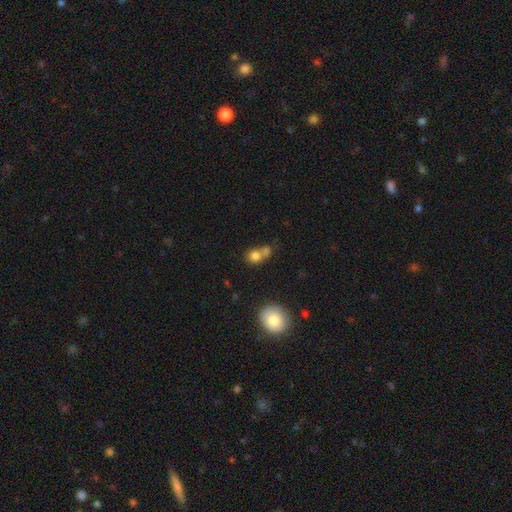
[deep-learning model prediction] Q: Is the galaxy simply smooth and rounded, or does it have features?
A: smooth — 78%.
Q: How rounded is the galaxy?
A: round — 72%.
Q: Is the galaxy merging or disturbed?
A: merger — 52%.